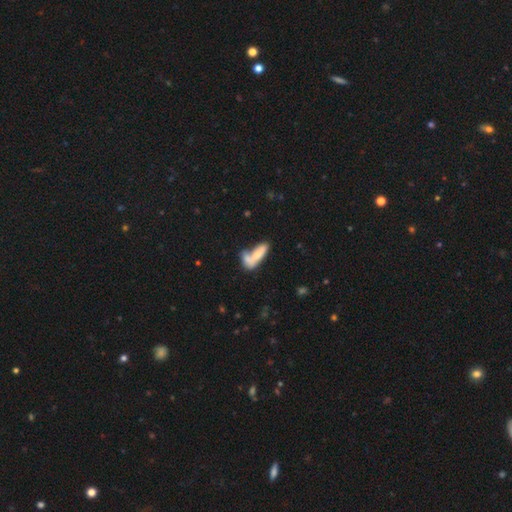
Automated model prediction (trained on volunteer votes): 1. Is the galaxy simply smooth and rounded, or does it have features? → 69% smooth, 24% featured or disk, 8% star or artifact.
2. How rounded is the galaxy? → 58% in between, 39% cigar-shaped, 3% round.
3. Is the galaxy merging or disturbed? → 56% merger, 26% none, 11% minor disturbance, 7% major disturbance.